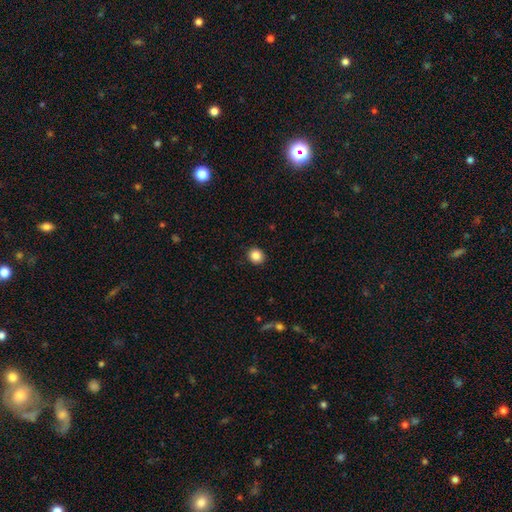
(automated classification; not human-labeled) smooth 86%, star or artifact 10%, featured or disk 4%. Down the decision tree: how rounded — round (85%); merging — none (92%).